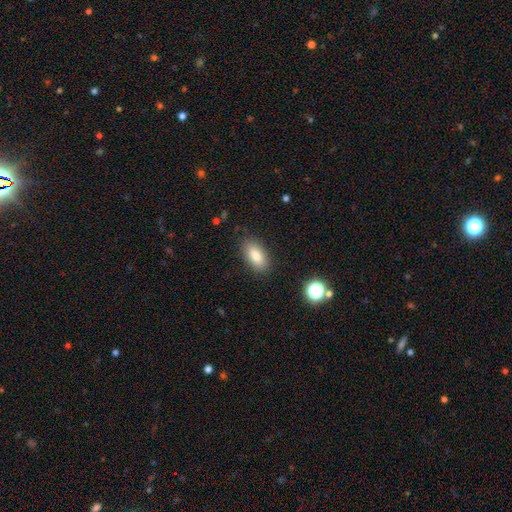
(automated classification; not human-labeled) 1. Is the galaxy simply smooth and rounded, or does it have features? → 84% smooth, 8% featured or disk, 8% star or artifact.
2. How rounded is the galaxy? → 90% in between, 7% cigar-shaped, 4% round.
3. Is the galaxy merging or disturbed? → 85% none, 10% minor disturbance, 3% major disturbance, 2% merger.